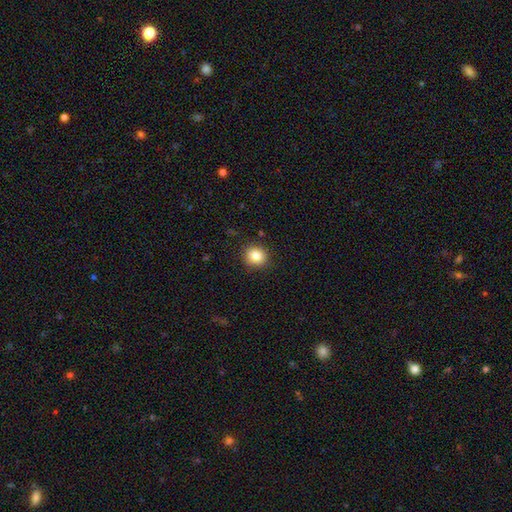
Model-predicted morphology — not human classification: Overall: smooth (84%). How rounded: round (88%). Merging: none (90%).